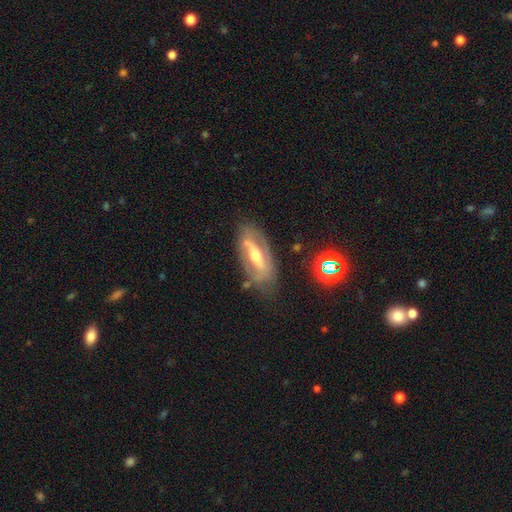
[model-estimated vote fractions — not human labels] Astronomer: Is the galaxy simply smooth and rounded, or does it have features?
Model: featured or disk — 73%.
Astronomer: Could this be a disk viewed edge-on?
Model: no — 79%.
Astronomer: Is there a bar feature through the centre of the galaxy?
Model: strong — 53% (runner-up: weak, 29%).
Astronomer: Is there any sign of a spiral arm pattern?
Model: yes — 63%.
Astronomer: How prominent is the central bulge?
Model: moderate — 65%.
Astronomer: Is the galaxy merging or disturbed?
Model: none — 69%.